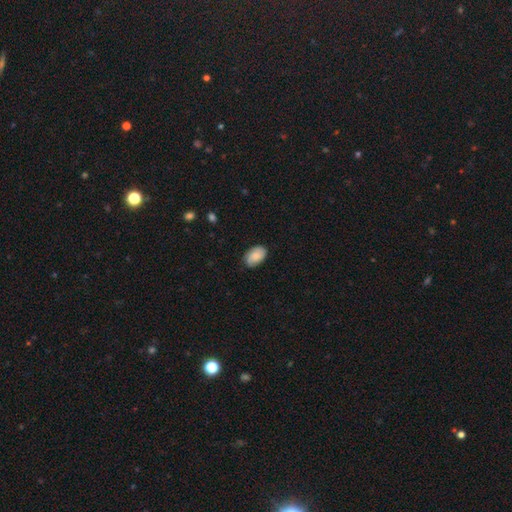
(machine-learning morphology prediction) Q: Smooth or featured?
A: smooth (76%); runner-up: featured or disk (17%)
Q: How rounded?
A: in between (91%); runner-up: round (8%)
Q: Merging?
A: none (78%); runner-up: minor disturbance (18%)